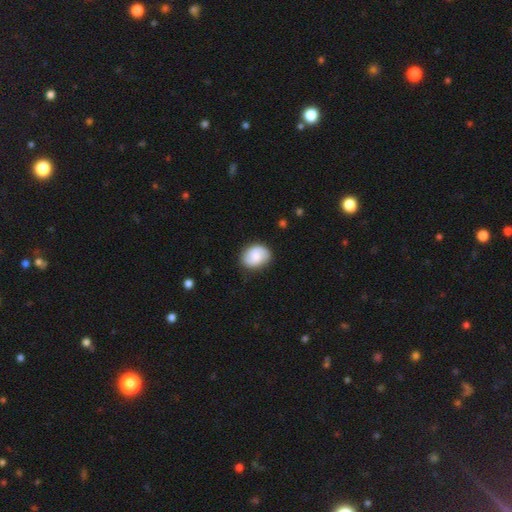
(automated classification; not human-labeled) A smooth galaxy with no disk features (62%) that is in between round and cigar-shaped (55%). Merging: none (81%).